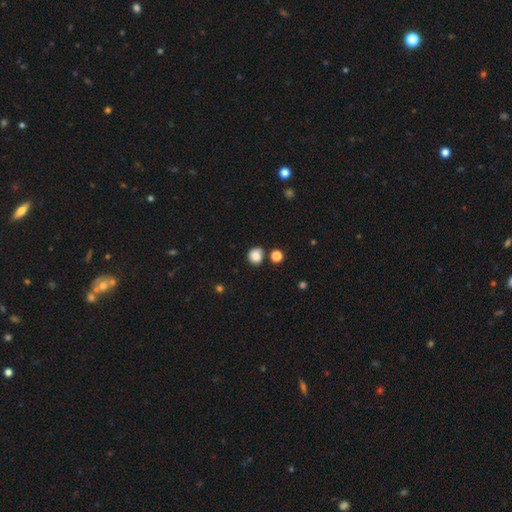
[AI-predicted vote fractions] Q: Smooth or featured?
A: smooth (85%); runner-up: star or artifact (11%)
Q: How rounded?
A: round (81%); runner-up: in between (18%)
Q: Merging?
A: none (73%); runner-up: minor disturbance (15%)